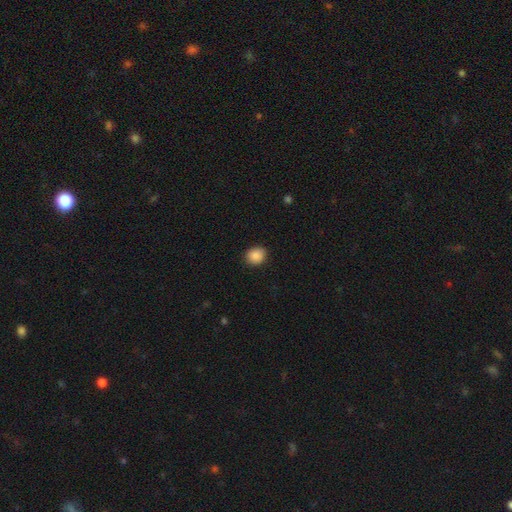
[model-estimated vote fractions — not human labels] This appears to be a smooth galaxy with no disk features (89%) that is round (66%). Merging: none (90%).